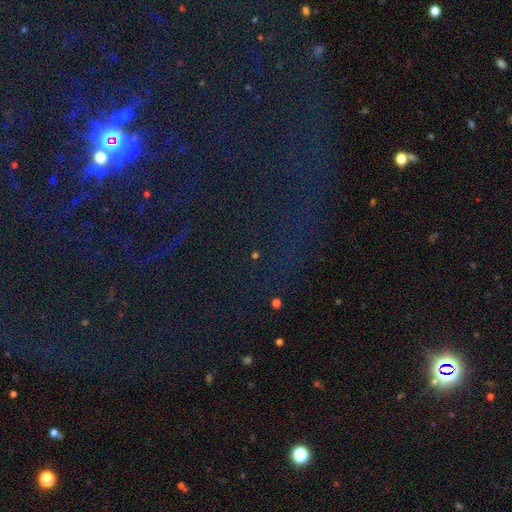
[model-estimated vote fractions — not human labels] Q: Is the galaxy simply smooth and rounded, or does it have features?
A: star or artifact — 78%.